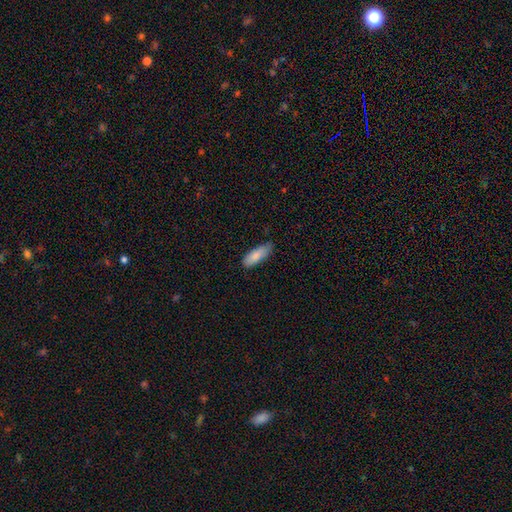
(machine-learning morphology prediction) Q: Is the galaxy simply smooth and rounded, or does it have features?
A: smooth — 84%.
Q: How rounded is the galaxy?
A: in between — 65%.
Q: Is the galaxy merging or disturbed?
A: none — 71%.